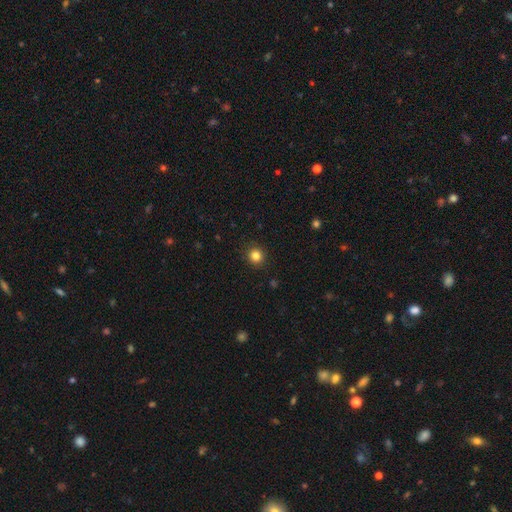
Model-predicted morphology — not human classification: A smooth galaxy with no disk features (83%) that is round (92%). Merging: none (91%).